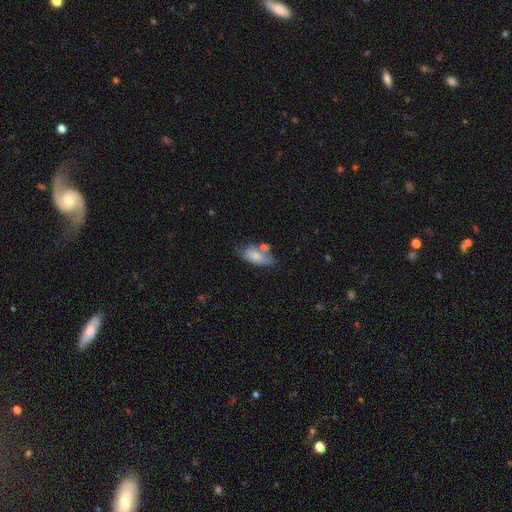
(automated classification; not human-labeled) This is likely a smooth galaxy (72%). How rounded: clearly in between (88%). Merging: possibly none (46%).